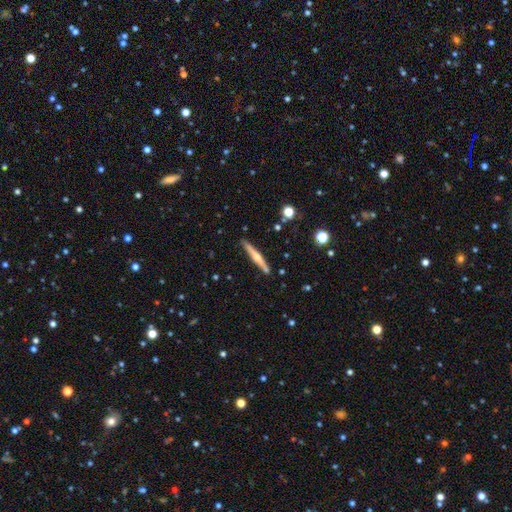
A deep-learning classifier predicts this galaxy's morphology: Smooth or featured?
  - featured or disk: 63% *
  - smooth: 31%
  - star or artifact: 6%
Edge-on disk?
  - yes: 97% *
  - no: 3%
Edge-on bulge?
  - rounded: 80% *
  - none: 13%
  - boxy: 7%
Merging?
  - none: 87% *
  - minor disturbance: 9%
  - merger: 3%
  - major disturbance: 2%